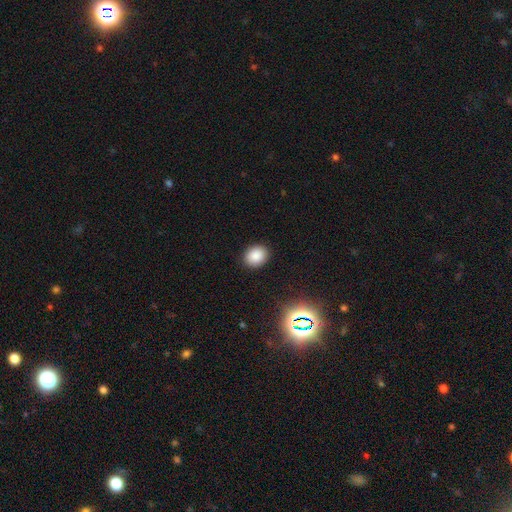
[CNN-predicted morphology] The model was most divided on "how rounded": in between: 51%, round: 48%, cigar-shaped: 1%. More confident: merging — none (89%); smooth or featured — smooth (85%).